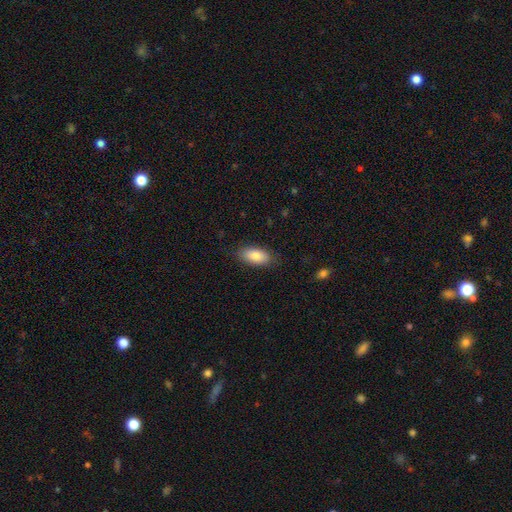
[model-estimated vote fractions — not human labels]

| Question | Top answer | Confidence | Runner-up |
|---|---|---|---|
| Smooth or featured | smooth | 84% | featured or disk (9%) |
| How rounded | in between | 91% | cigar-shaped (6%) |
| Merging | none | 84% | minor disturbance (12%) |